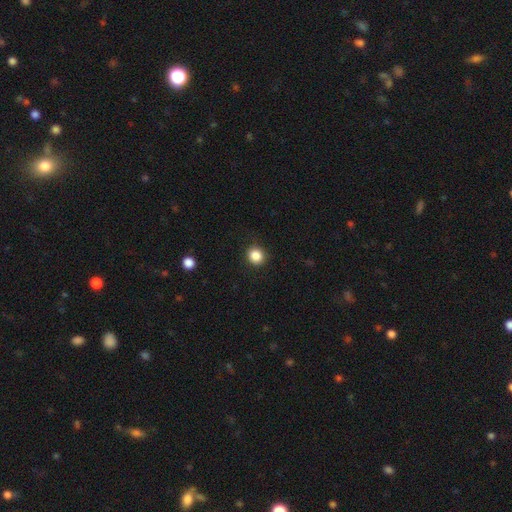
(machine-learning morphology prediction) This is clearly a smooth galaxy (87%). How rounded: clearly round (88%). Merging: clearly none (90%).